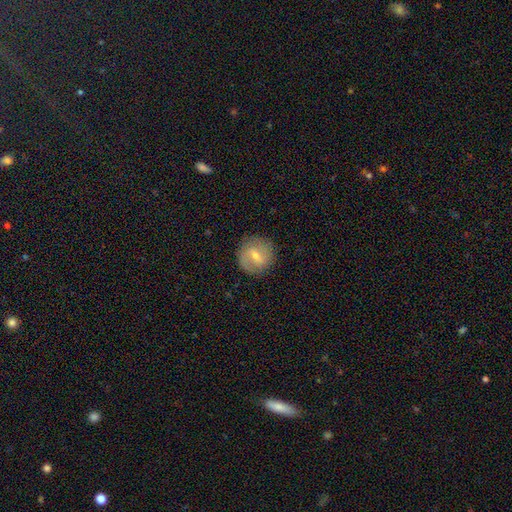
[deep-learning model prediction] Q: Smooth or featured?
A: featured or disk (62%); runner-up: smooth (30%)
Q: Edge-on disk?
A: no (96%); runner-up: yes (4%)
Q: Bar?
A: weak (53%); runner-up: strong (31%)
Q: Spiral arms?
A: yes (75%); runner-up: no (25%)
Q: Bulge size?
A: small (51%); runner-up: moderate (44%)
Q: Merging?
A: none (84%); runner-up: minor disturbance (11%)